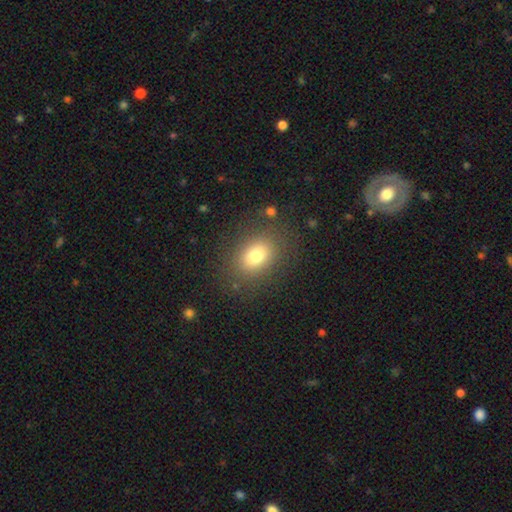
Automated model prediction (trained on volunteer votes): A smooth galaxy with no disk features (78%) that is in between round and cigar-shaped (68%). Merging: none (83%).